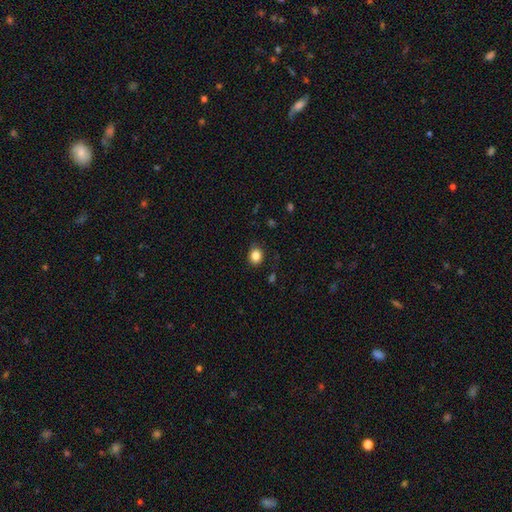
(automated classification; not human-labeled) Q: Smooth or featured?
A: smooth (85%); runner-up: star or artifact (10%)
Q: How rounded?
A: round (62%); runner-up: in between (37%)
Q: Merging?
A: none (83%); runner-up: minor disturbance (12%)